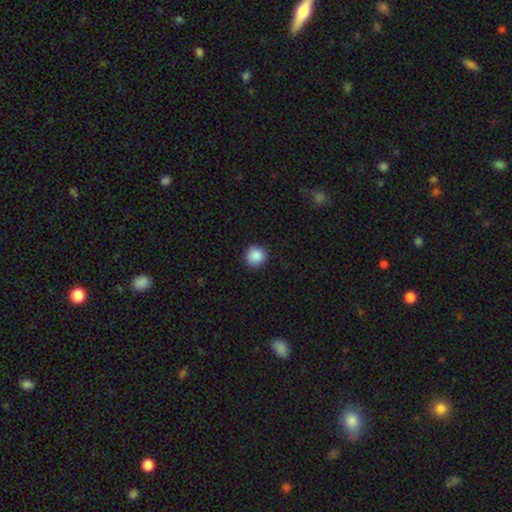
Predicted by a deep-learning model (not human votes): A smooth galaxy with no disk features (89%) that is round (94%).

Vote fractions:
- Smooth or featured? smooth: 89% / star or artifact: 9% / featured or disk: 2%
- How rounded? round: 94% / in between: 5% / cigar-shaped: 1%
- Merging? none: 91% / minor disturbance: 6% / major disturbance: 2% / merger: 1%